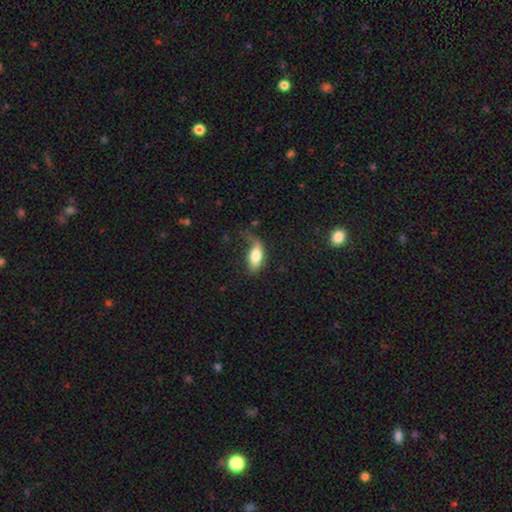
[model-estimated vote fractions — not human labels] Smooth or featured?
  - smooth: 73% *
  - featured or disk: 20%
  - star or artifact: 7%
How rounded?
  - in between: 81% *
  - cigar-shaped: 15%
  - round: 4%
Merging?
  - none: 38% *
  - minor disturbance: 33%
  - major disturbance: 25%
  - merger: 4%